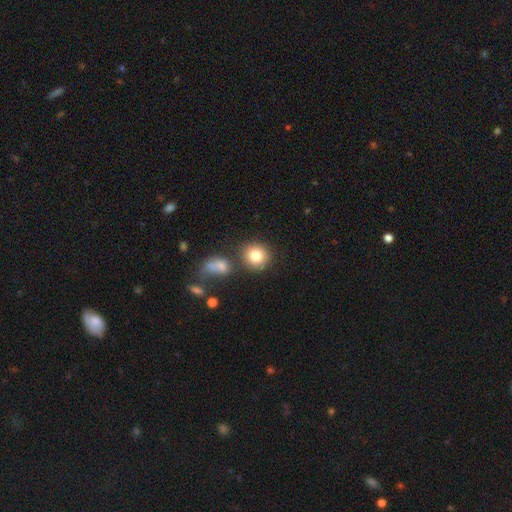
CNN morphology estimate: Smooth or featured: smooth — 81% (star or artifact — 10%)
How rounded: round — 89% (in between — 10%)
Merging: none — 74% (merger — 13%)